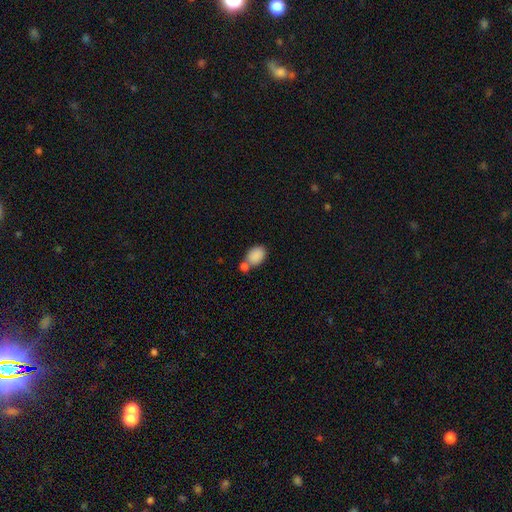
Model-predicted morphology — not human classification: This is clearly a smooth galaxy (87%). How rounded: clearly in between (81%). Merging: possibly none (46%).